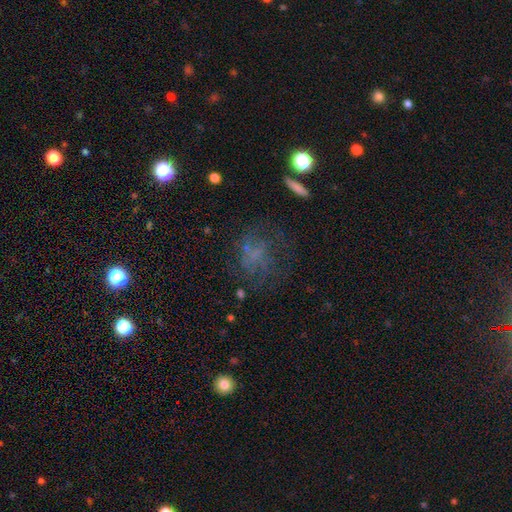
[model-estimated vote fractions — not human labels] Morphology: type=featured or disk (37%); merging=none (55%).